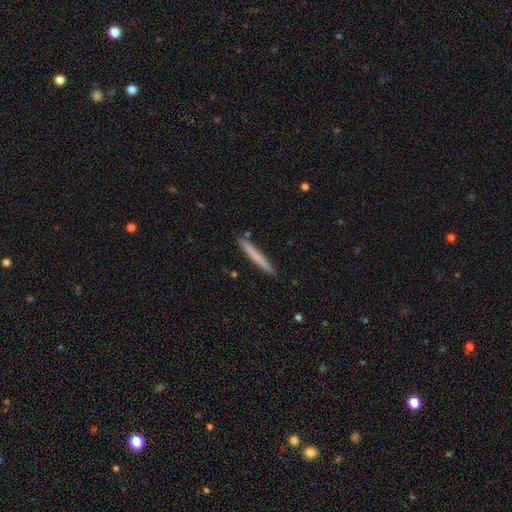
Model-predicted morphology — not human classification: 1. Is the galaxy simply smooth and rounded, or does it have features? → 70% smooth, 24% featured or disk, 6% star or artifact.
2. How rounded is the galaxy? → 97% cigar-shaped, 2% in between, 1% round.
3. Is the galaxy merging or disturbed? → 91% none, 6% minor disturbance, 2% merger, 1% major disturbance.